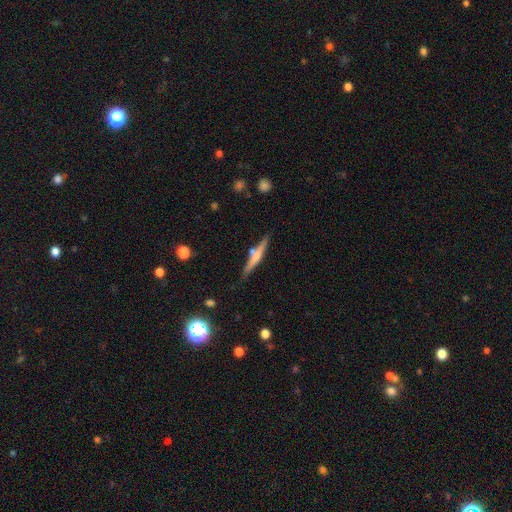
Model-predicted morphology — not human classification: featured or disk 52%, smooth 41%, star or artifact 7%. Down the decision tree: edge-on disk — yes (96%); edge-on bulge — rounded (58%); merging — none (76%).